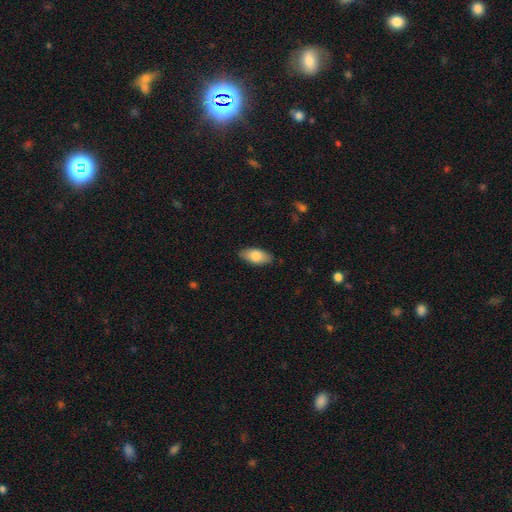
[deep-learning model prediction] The model was most divided on "smooth or featured": smooth: 81%, featured or disk: 13%, star or artifact: 6%. More confident: how rounded — in between (89%); merging — none (86%).